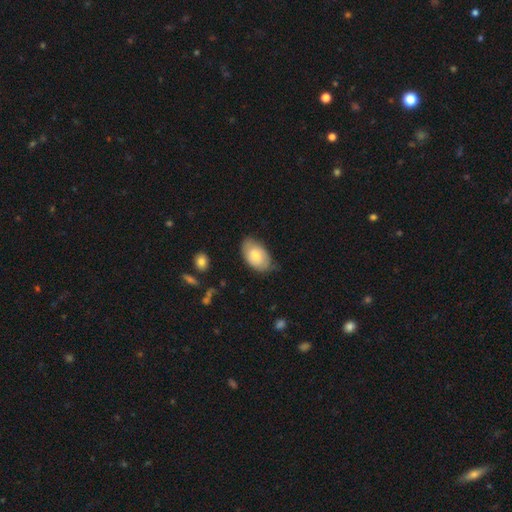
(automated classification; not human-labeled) Smooth or featured?
  - smooth: 62% *
  - featured or disk: 32%
  - star or artifact: 6%
How rounded?
  - in between: 92% *
  - round: 7%
  - cigar-shaped: 1%
Merging?
  - none: 67% *
  - minor disturbance: 26%
  - major disturbance: 5%
  - merger: 2%